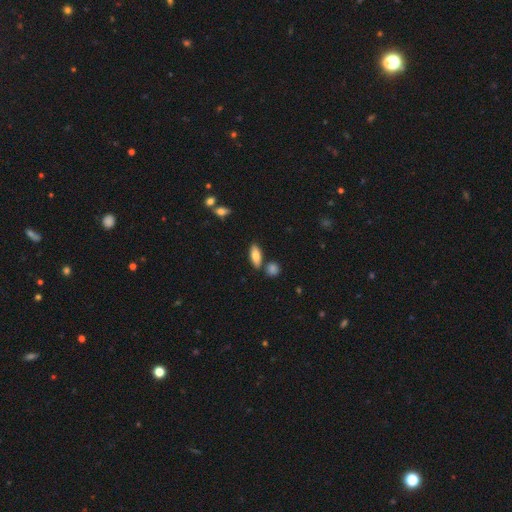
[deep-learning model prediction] This appears to be a smooth galaxy with no disk features (80%) that is in between round and cigar-shaped (74%). Merging: none (78%).